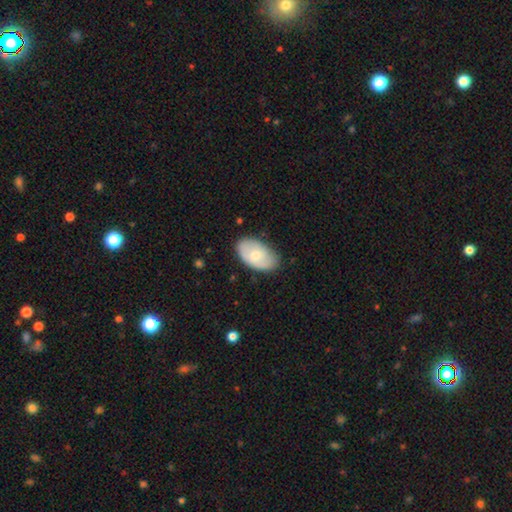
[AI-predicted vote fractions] This is likely a smooth galaxy (68%). How rounded: clearly in between (94%). Merging: likely none (73%).